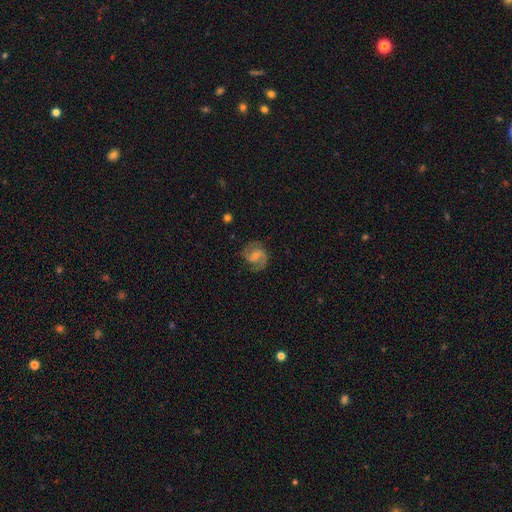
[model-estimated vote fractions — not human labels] Smooth or featured? featured or disk (80%)
Edge-on disk? no (98%)
Bar? weak (50%)
Spiral arms? yes (96%)
Spiral winding? medium (53%)
Spiral arm count? 2 (87%)
Bulge size? small (53%)
Merging? none (79%)